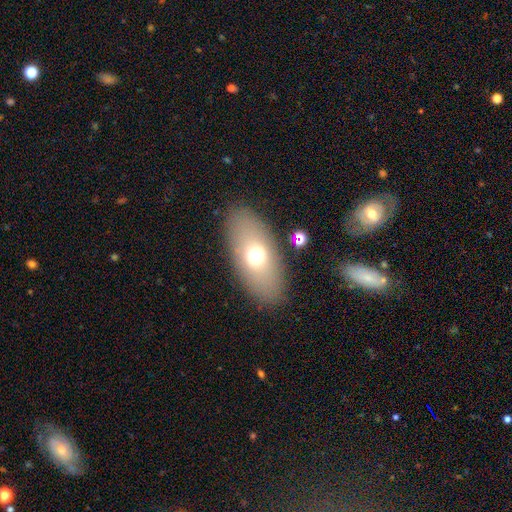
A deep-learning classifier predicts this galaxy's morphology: Smooth or featured? Predicted: smooth (p=0.64). How rounded? Predicted: in between (p=0.88). Merging? Predicted: none (p=0.86).